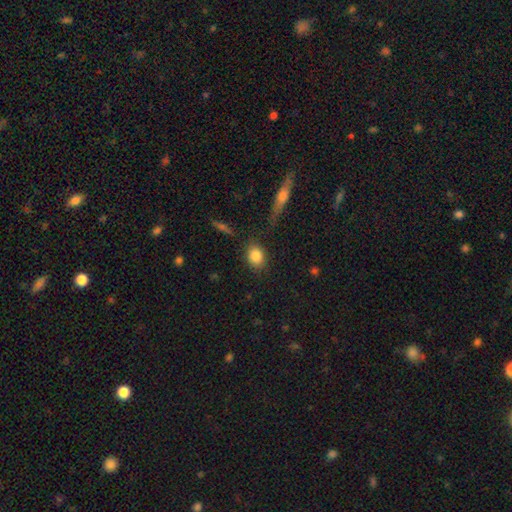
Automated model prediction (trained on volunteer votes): A smooth galaxy with no disk features (85%) that is round (49%).

Vote fractions:
- Smooth or featured? smooth: 85% / star or artifact: 8% / featured or disk: 7%
- How rounded? round: 49% / in between: 48% / cigar-shaped: 2%
- Merging? none: 81% / minor disturbance: 12% / major disturbance: 4% / merger: 3%